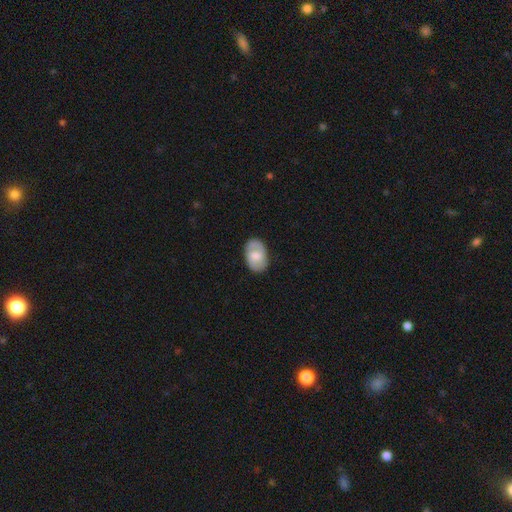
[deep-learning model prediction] smooth_or_featured: smooth (p=0.47) [alt: featured or disk p=0.46]
merging: none (p=0.83) [alt: minor disturbance p=0.13]